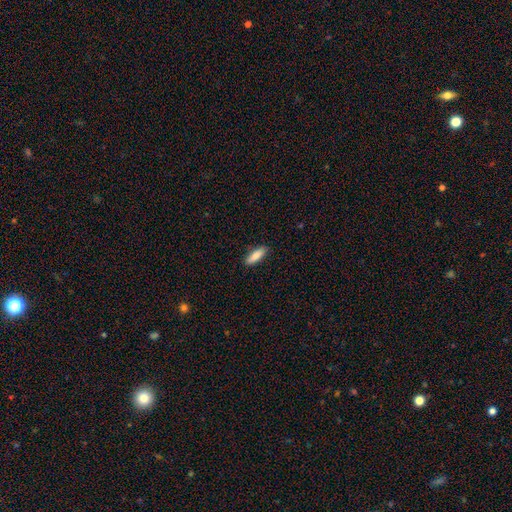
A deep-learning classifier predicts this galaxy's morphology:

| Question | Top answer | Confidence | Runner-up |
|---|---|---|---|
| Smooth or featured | smooth | 83% | featured or disk (10%) |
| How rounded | in between | 53% | cigar-shaped (45%) |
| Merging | none | 87% | minor disturbance (10%) |